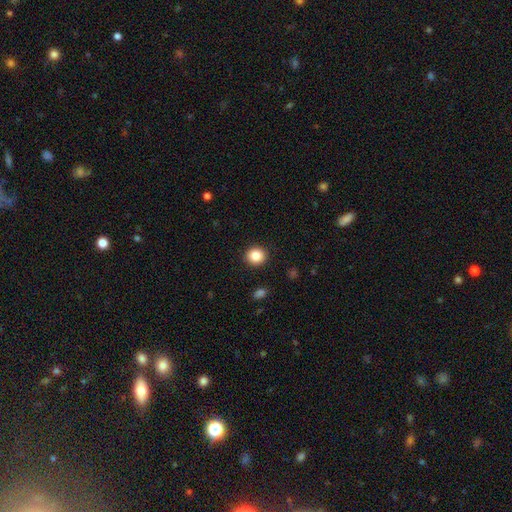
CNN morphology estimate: Smooth or featured: smooth — 85% (star or artifact — 10%)
How rounded: round — 87% (in between — 12%)
Merging: none — 92% (minor disturbance — 5%)